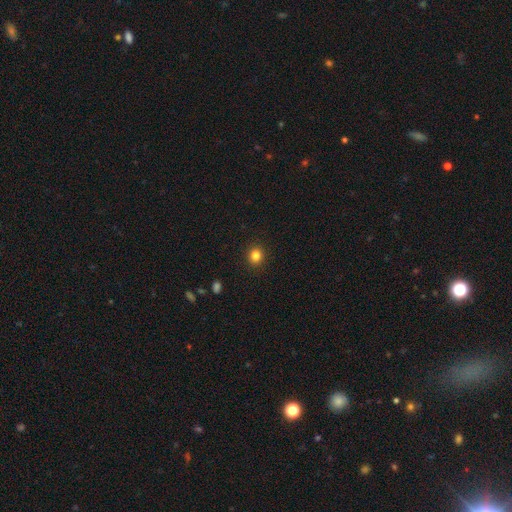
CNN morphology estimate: The model was most divided on "how rounded": round: 84%, in between: 15%, cigar-shaped: 1%. More confident: merging — none (92%); smooth or featured — smooth (83%).